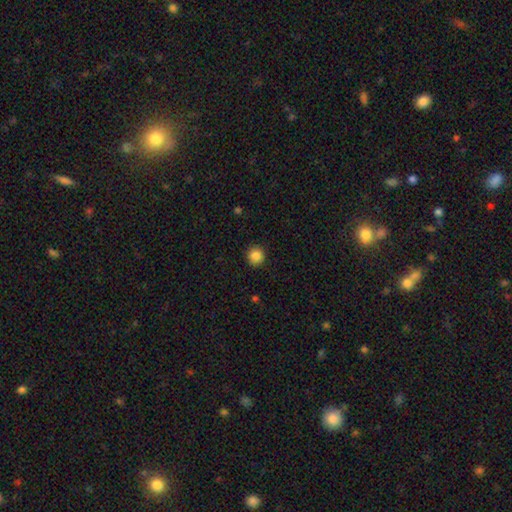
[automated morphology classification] This is clearly a smooth galaxy (86%). How rounded: clearly round (93%). Merging: clearly none (91%).